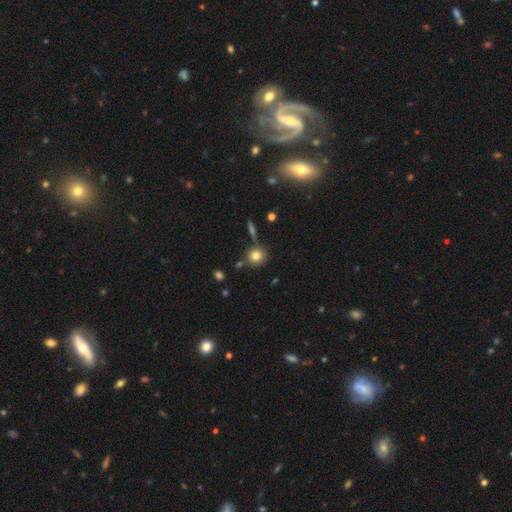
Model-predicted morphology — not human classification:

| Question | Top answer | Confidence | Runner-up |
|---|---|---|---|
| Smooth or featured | smooth | 79% | star or artifact (11%) |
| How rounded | round | 88% | in between (11%) |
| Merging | none | 76% | minor disturbance (11%) |